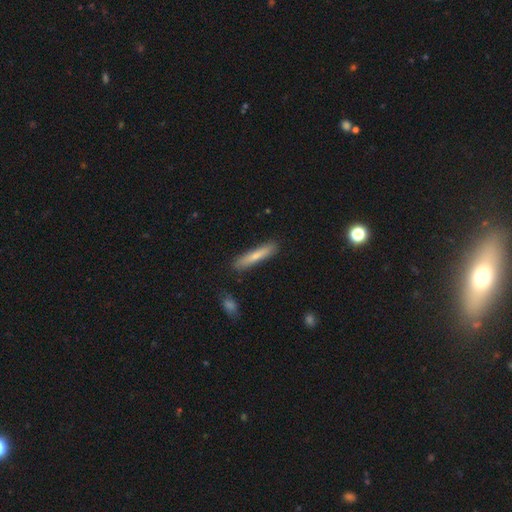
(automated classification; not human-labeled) smooth_or_featured: smooth (p=0.68) [alt: featured or disk p=0.26]
how_rounded: cigar-shaped (p=0.89) [alt: in between p=0.09]
merging: none (p=0.86) [alt: minor disturbance p=0.10]